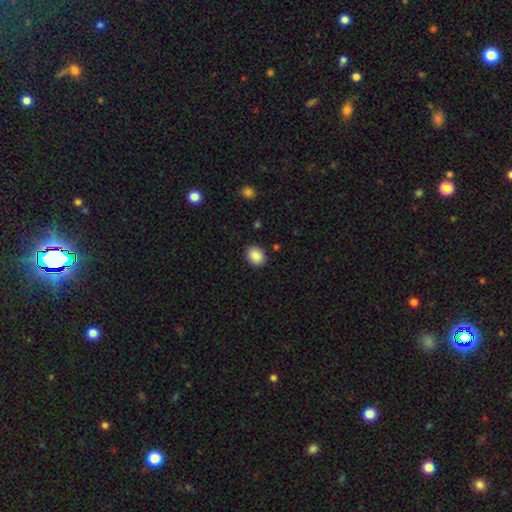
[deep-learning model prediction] Smooth or featured? Predicted: smooth (p=0.88). How rounded? Predicted: round (p=0.52). Merging? Predicted: none (p=0.89).